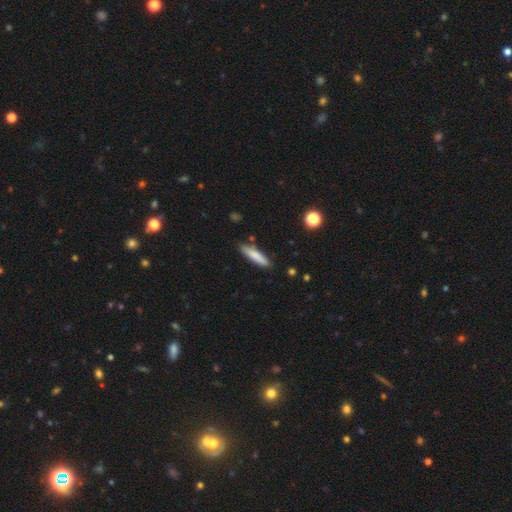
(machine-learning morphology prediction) smooth 79%, featured or disk 15%, star or artifact 6%. Down the decision tree: how rounded — cigar-shaped (79%); merging — none (82%).